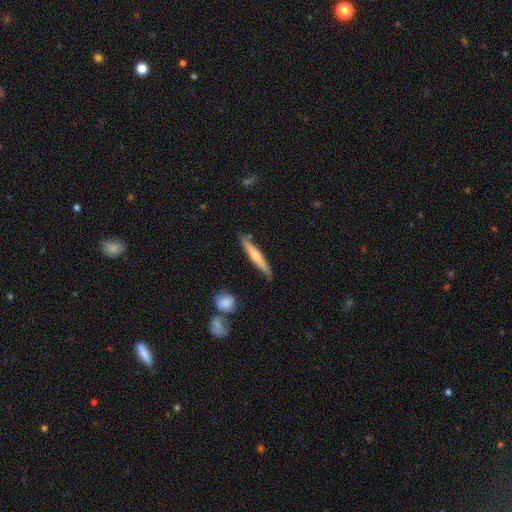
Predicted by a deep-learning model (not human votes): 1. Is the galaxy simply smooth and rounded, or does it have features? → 52% smooth, 42% featured or disk, 5% star or artifact.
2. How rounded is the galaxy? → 94% cigar-shaped, 5% in between, 2% round.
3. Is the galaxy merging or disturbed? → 85% none, 11% minor disturbance, 2% merger, 2% major disturbance.